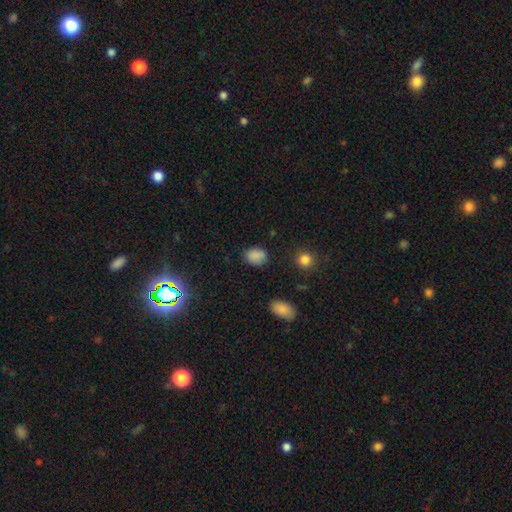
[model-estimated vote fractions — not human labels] Smooth or featured? Predicted: smooth (p=0.86). How rounded? Predicted: in between (p=0.65). Merging? Predicted: none (p=0.80).